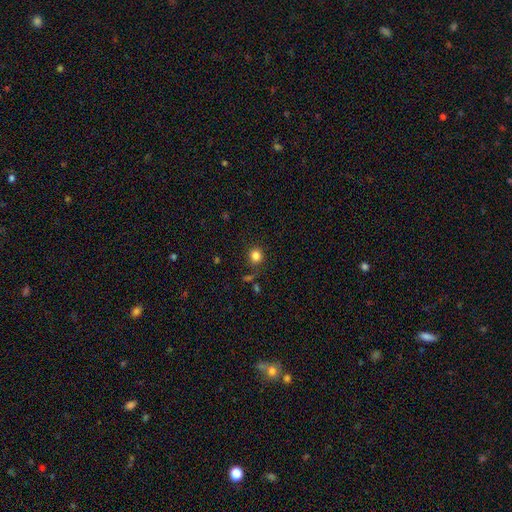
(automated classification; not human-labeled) Smooth or featured: smooth — 83% (star or artifact — 12%)
How rounded: round — 88% (in between — 11%)
Merging: none — 81% (minor disturbance — 10%)